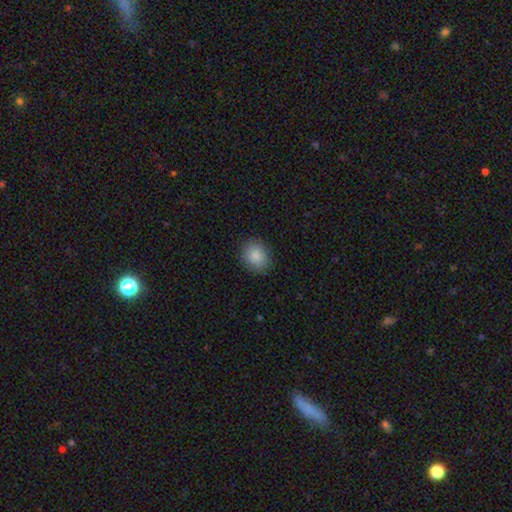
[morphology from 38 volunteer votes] Smooth or featured? smooth (89%)
How rounded? round (79%)
Merging? none (84%)